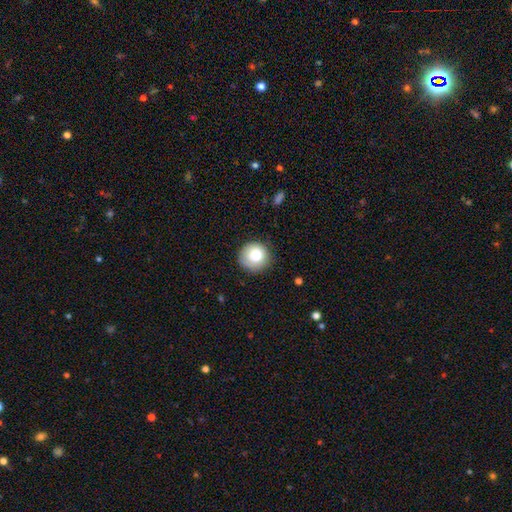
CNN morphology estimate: This is clearly a smooth galaxy (80%). How rounded: clearly round (93%). Merging: clearly none (82%).